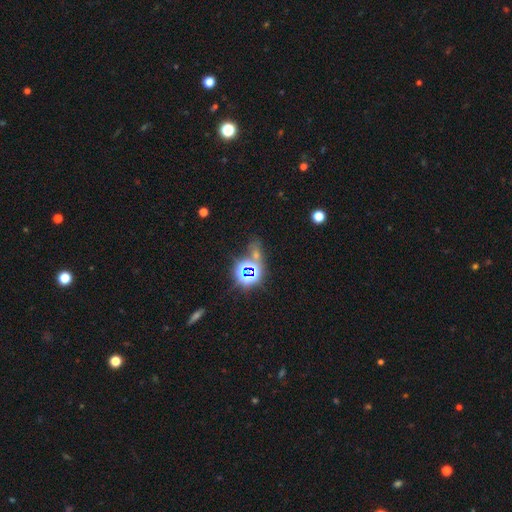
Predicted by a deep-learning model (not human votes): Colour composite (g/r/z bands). It shows a star or artifact, not a galaxy (70%).